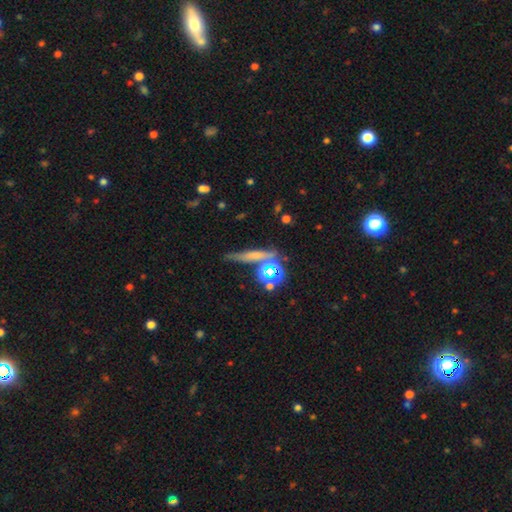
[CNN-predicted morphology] Overall: smooth (45%; featured or disk 29%). Merging: none (72%).